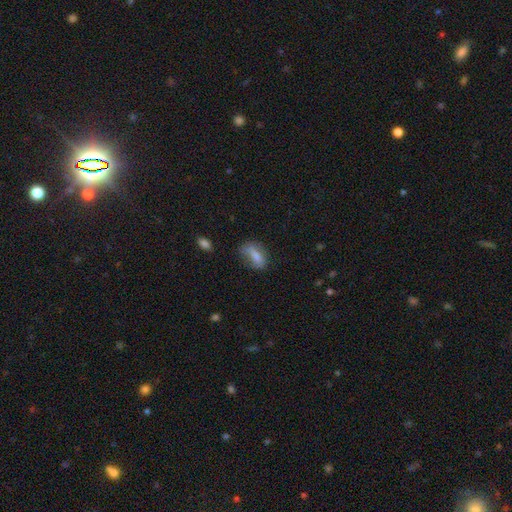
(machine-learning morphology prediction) smooth_or_featured: smooth (p=0.72) [alt: featured or disk p=0.19]
how_rounded: in between (p=0.76) [alt: cigar-shaped p=0.16]
merging: none (p=0.51) [alt: minor disturbance p=0.29]